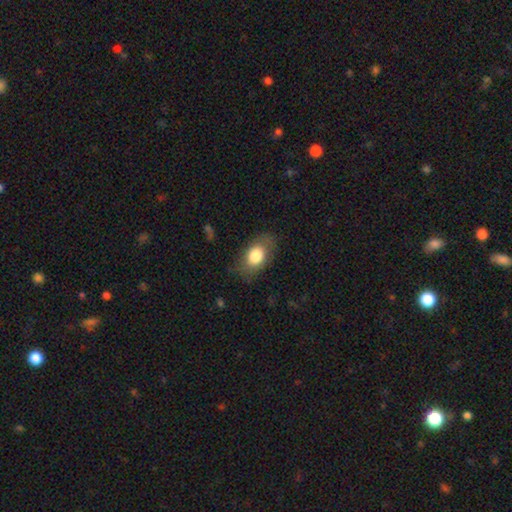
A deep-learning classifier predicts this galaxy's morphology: Q: Smooth or featured?
A: smooth (79%); runner-up: featured or disk (14%)
Q: How rounded?
A: in between (86%); runner-up: round (12%)
Q: Merging?
A: none (74%); runner-up: minor disturbance (18%)